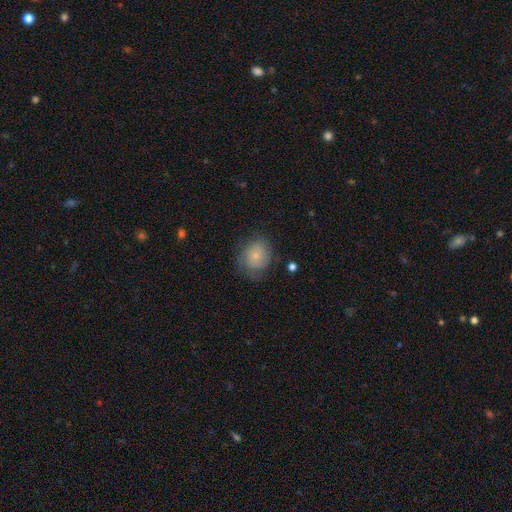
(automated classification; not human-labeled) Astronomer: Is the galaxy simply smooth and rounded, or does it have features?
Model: smooth — 74%.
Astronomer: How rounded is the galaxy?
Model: round — 64%.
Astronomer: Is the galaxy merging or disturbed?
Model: none — 64%.